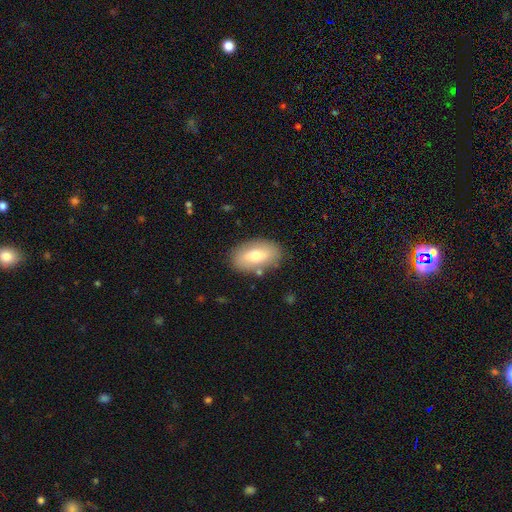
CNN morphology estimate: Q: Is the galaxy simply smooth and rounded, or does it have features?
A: smooth — 64%.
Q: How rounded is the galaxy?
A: in between — 91%.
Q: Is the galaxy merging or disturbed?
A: none — 82%.